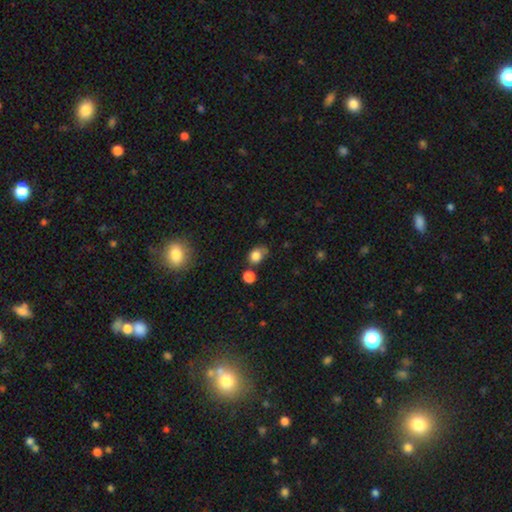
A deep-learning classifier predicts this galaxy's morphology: Q: Smooth or featured?
A: smooth (82%); runner-up: star or artifact (12%)
Q: How rounded?
A: in between (54%); runner-up: round (45%)
Q: Merging?
A: none (52%); runner-up: minor disturbance (27%)